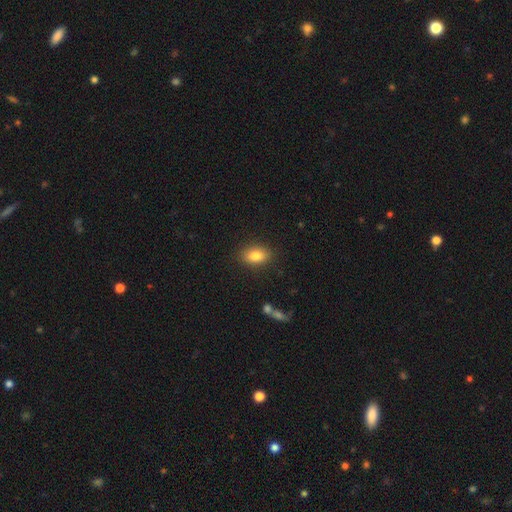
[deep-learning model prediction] smooth 83%, featured or disk 8%, star or artifact 8%. Down the decision tree: how rounded — in between (86%); merging — none (87%).